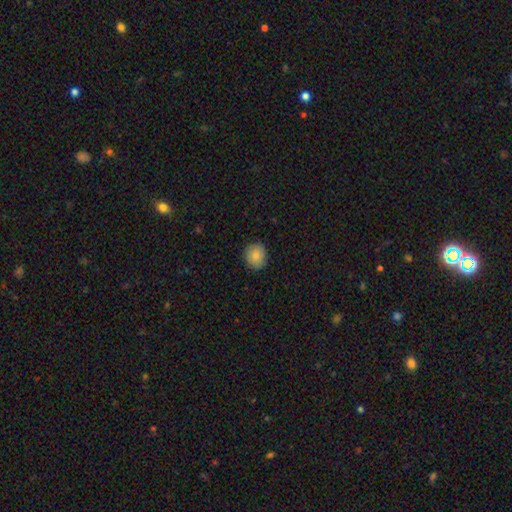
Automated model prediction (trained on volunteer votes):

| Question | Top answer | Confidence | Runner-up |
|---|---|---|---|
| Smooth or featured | smooth | 81% | featured or disk (11%) |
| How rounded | round | 81% | in between (18%) |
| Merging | none | 86% | minor disturbance (10%) |